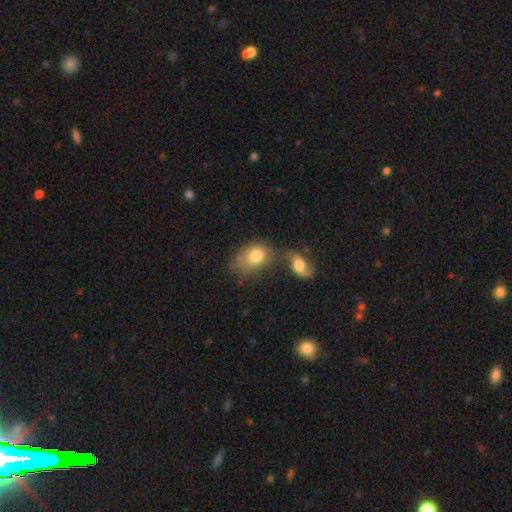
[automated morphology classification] Smooth or featured?
  - smooth: 76% *
  - featured or disk: 17%
  - star or artifact: 7%
How rounded?
  - in between: 75% *
  - round: 23%
  - cigar-shaped: 1%
Merging?
  - merger: 43% *
  - none: 32%
  - minor disturbance: 14%
  - major disturbance: 10%